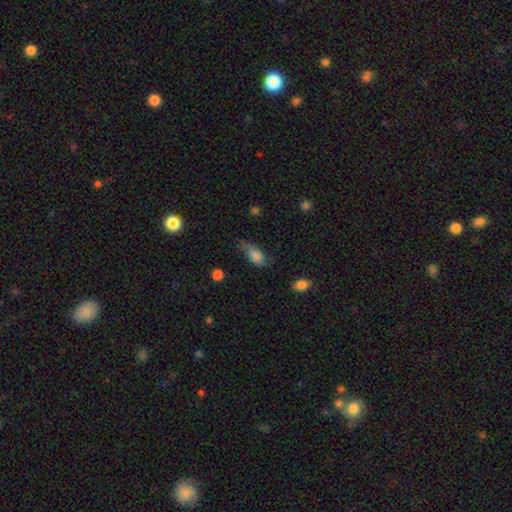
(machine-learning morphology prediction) Smooth or featured? Predicted: smooth (p=0.73). How rounded? Predicted: in between (p=0.84). Merging? Predicted: minor disturbance (p=0.39).